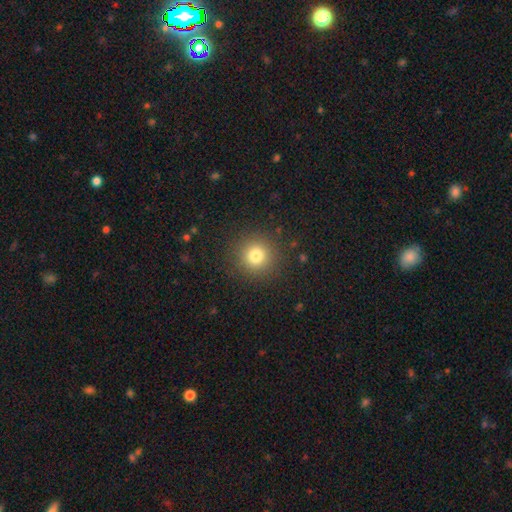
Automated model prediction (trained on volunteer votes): smooth-or-featured: smooth: 78% | star or artifact: 14% | featured or disk: 8%
  how-rounded: round: 94% | in between: 5% | cigar-shaped: 1%
  merging: none: 90% | minor disturbance: 6% | major disturbance: 3% | merger: 1%